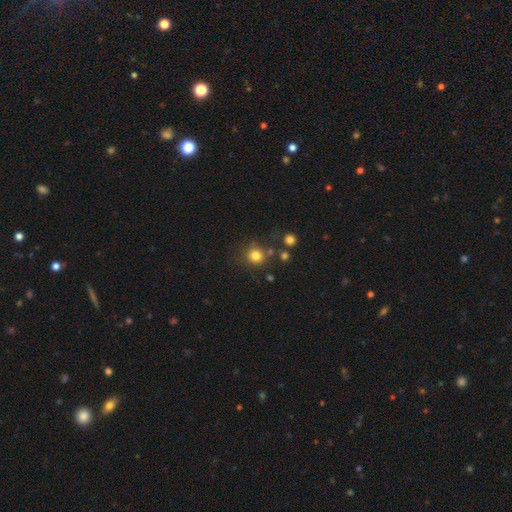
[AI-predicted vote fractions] A smooth galaxy with no disk features (80%) that is round (91%). Merging: none (77%).